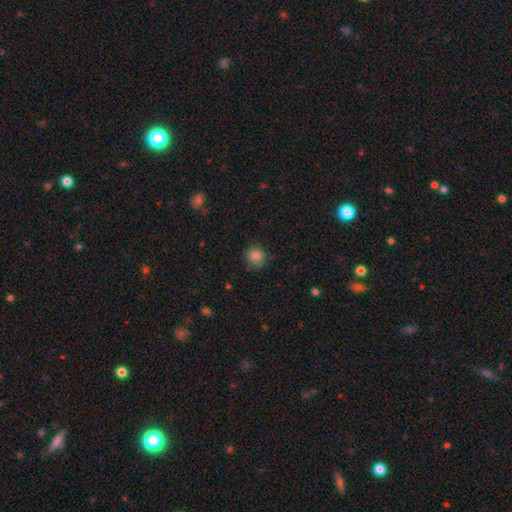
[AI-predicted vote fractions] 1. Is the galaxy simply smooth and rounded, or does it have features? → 83% smooth, 11% star or artifact, 6% featured or disk.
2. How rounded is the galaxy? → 85% round, 14% in between, 1% cigar-shaped.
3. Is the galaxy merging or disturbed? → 81% none, 15% minor disturbance, 3% major disturbance, 1% merger.